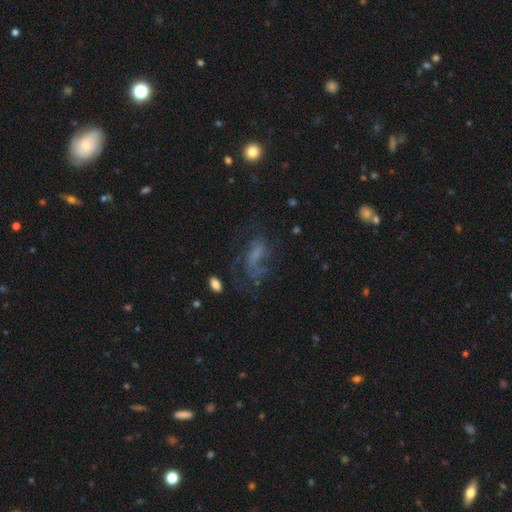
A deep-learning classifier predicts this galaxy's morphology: This appears to be a featured or disk galaxy (49%). Merging: none (41%).